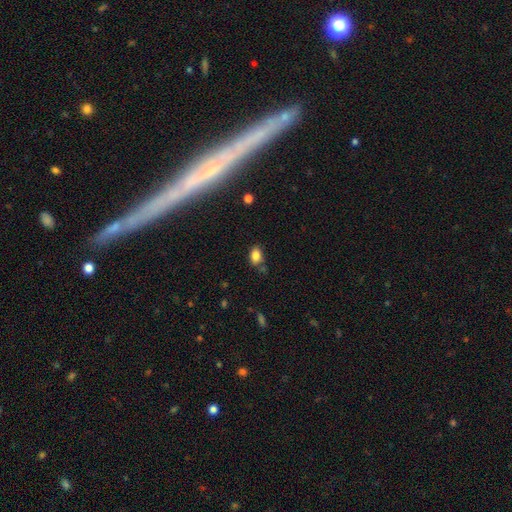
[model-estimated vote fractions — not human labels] A smooth galaxy with no disk features (83%) that is in between round and cigar-shaped (80%).

Vote fractions:
- Smooth or featured? smooth: 83% / star or artifact: 10% / featured or disk: 7%
- How rounded? in between: 80% / round: 18% / cigar-shaped: 2%
- Merging? none: 70% / minor disturbance: 19% / merger: 7% / major disturbance: 4%